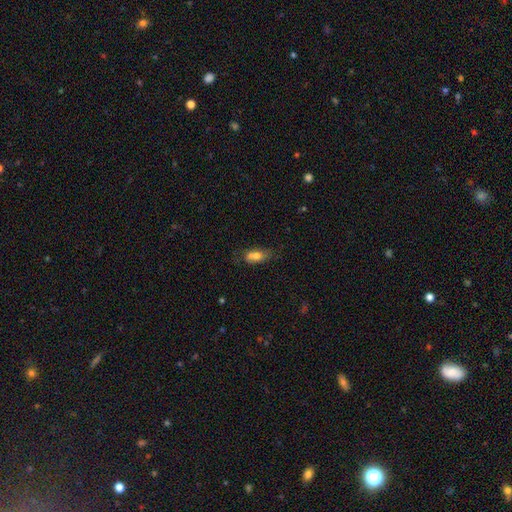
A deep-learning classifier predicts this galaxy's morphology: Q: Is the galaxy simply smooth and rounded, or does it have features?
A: smooth — 68%.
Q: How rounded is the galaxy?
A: in between — 82%.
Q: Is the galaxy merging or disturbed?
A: none — 48%.